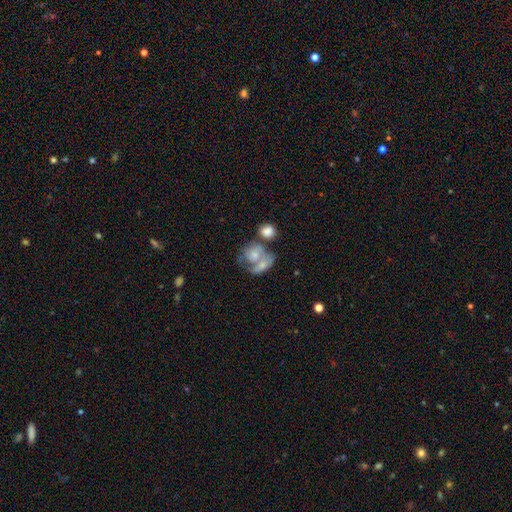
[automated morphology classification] type=smooth (51%); roundness=round (54%); merging=merger (55%).